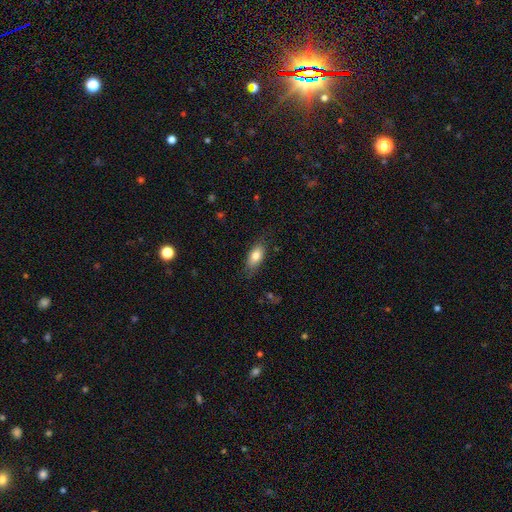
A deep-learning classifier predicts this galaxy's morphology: type=smooth (79%); roundness=in between (84%); merging=none (78%).